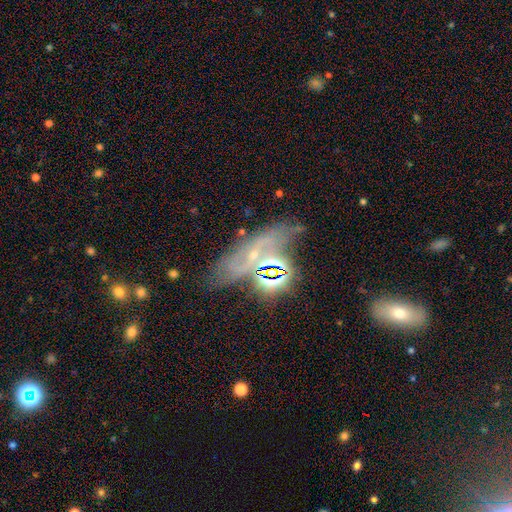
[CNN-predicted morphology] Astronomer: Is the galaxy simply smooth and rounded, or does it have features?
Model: featured or disk — 59%.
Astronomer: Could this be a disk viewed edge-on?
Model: no — 80%.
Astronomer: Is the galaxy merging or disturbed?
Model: none — 49%.